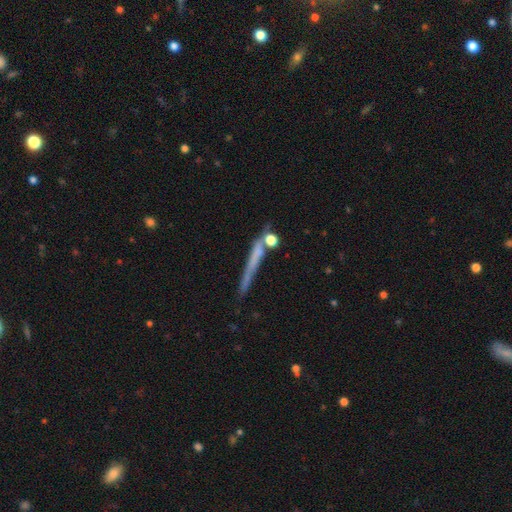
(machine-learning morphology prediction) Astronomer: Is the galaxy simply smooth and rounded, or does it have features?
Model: smooth — 49% (runner-up: featured or disk, 40%).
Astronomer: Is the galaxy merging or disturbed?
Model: none — 69%.